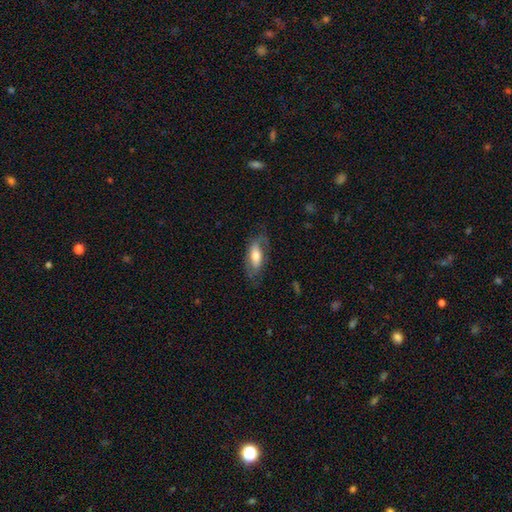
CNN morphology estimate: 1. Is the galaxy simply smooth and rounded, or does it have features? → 48% smooth, 46% featured or disk, 6% star or artifact.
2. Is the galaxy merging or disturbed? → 64% none, 22% minor disturbance, 13% major disturbance, 1% merger.